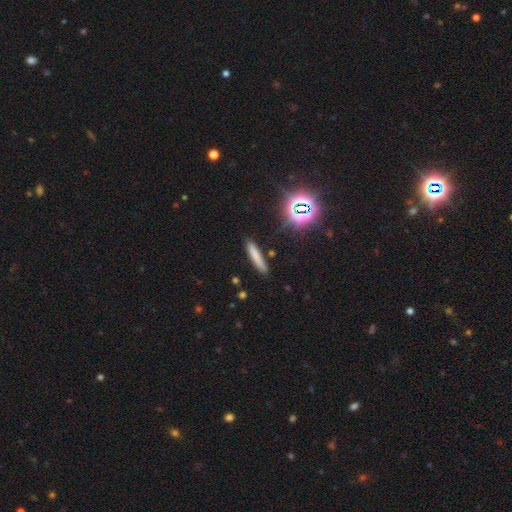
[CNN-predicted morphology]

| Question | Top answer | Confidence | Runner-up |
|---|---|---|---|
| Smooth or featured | smooth | 74% | star or artifact (14%) |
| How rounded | cigar-shaped | 89% | in between (9%) |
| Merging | none | 87% | minor disturbance (9%) |